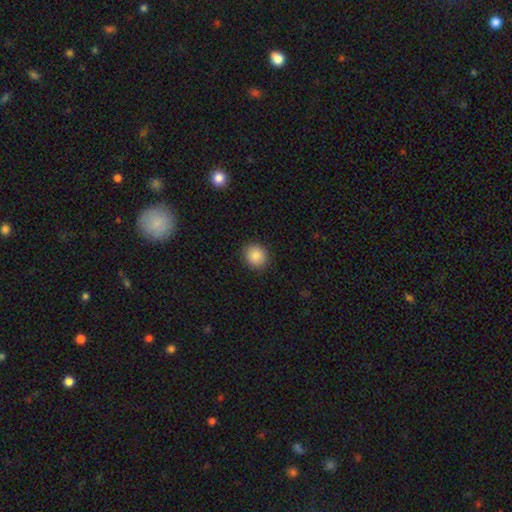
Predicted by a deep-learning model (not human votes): smooth_or_featured: smooth (p=0.88) [alt: star or artifact p=0.08]
how_rounded: round (p=0.83) [alt: in between p=0.16]
merging: none (p=0.90) [alt: minor disturbance p=0.06]